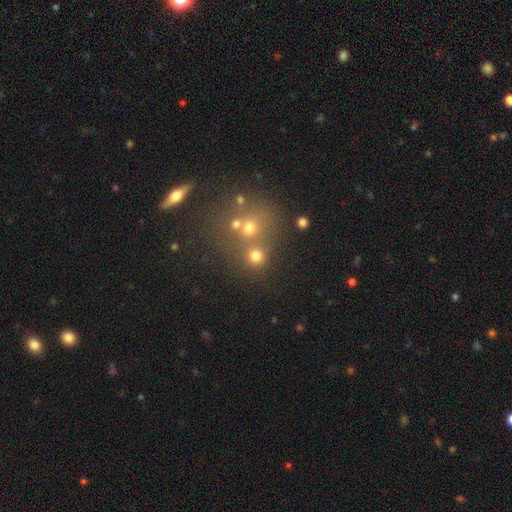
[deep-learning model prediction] Smooth or featured: smooth — 70% (star or artifact — 19%)
How rounded: round — 86% (in between — 13%)
Merging: none — 57% (merger — 31%)